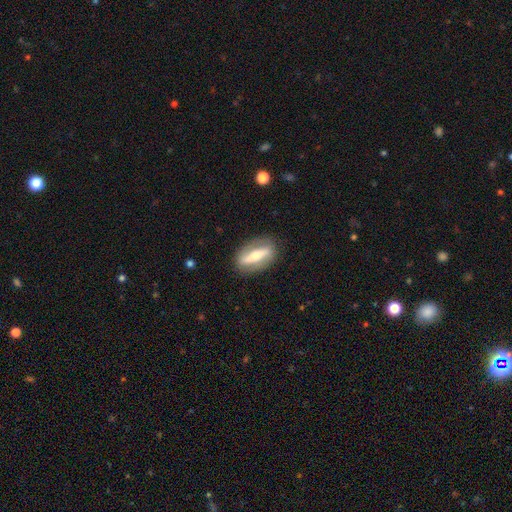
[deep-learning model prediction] featured or disk 64%, smooth 30%, star or artifact 6%. Down the decision tree: edge-on disk — no (56%); merging — none (85%).